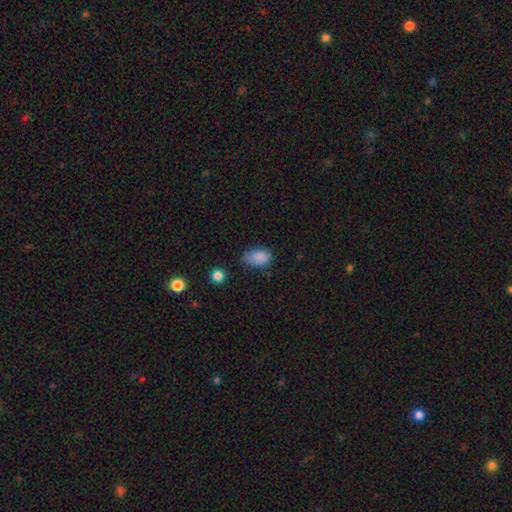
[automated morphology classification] A smooth galaxy with no disk features (84%) that is in between round and cigar-shaped (89%). Merging: none (58%).